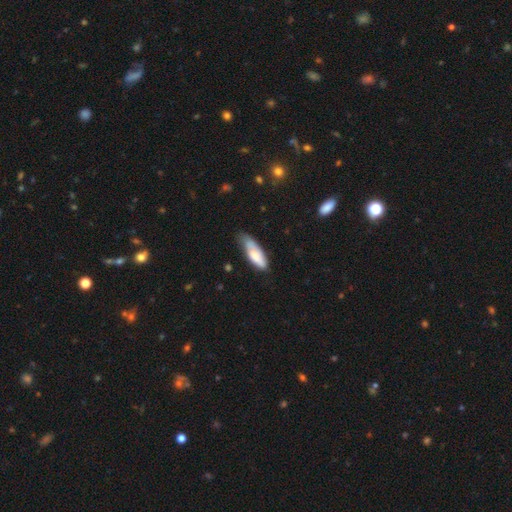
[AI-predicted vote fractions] smooth-or-featured: smooth: 75% | featured or disk: 19% | star or artifact: 6%
  how-rounded: in between: 60% | cigar-shaped: 38% | round: 2%
  merging: minor disturbance: 42% | none: 41% | major disturbance: 13% | merger: 4%